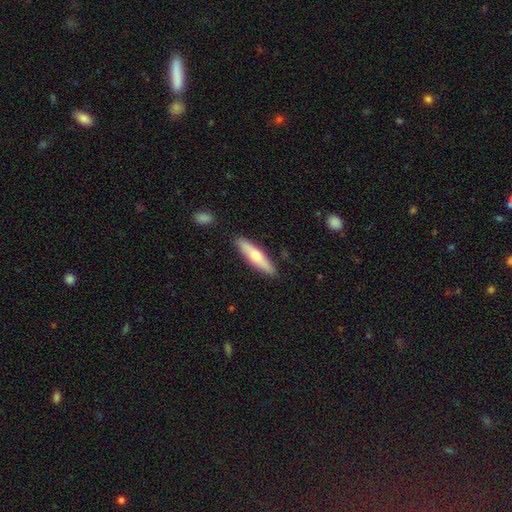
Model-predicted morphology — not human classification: Smooth or featured?
  - smooth: 55% *
  - featured or disk: 39%
  - star or artifact: 5%
How rounded?
  - cigar-shaped: 78% *
  - in between: 20%
  - round: 2%
Merging?
  - none: 88% *
  - minor disturbance: 9%
  - major disturbance: 2%
  - merger: 2%